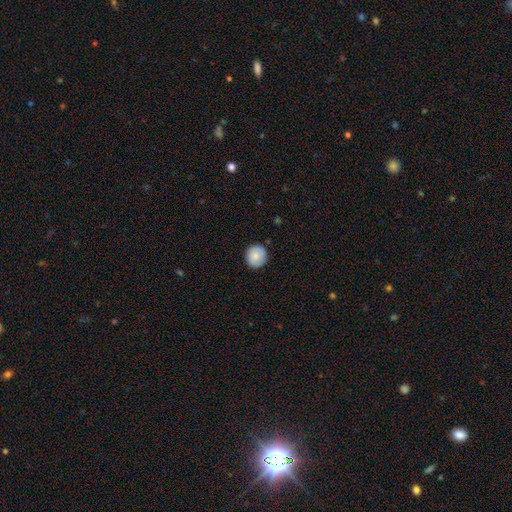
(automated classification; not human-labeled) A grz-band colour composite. It shows a smooth galaxy with no disk features (81%) that is round (91%). Merging: none (88%).